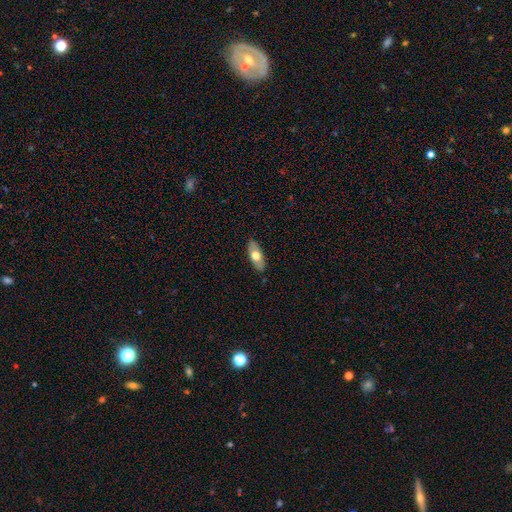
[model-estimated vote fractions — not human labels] Smooth or featured? smooth (62%)
How rounded? in between (83%)
Merging? none (87%)